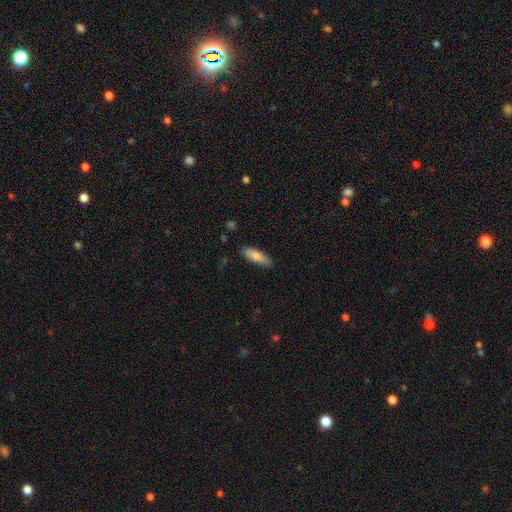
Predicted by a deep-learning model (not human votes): A smooth galaxy with no disk features (84%) that is in between round and cigar-shaped (56%). Merging: none (82%).